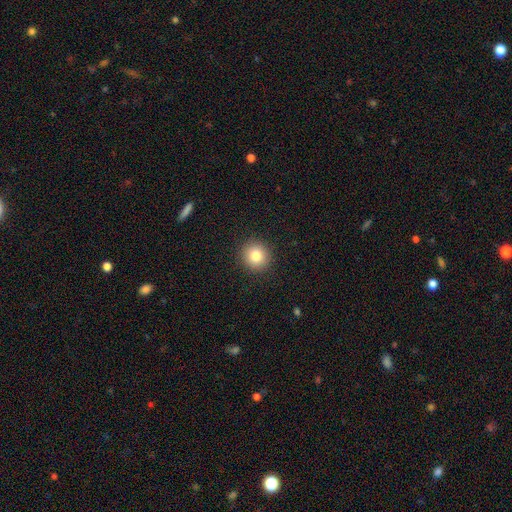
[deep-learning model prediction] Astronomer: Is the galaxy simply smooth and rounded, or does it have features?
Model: smooth — 81%.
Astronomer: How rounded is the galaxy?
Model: round — 93%.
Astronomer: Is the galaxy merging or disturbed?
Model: none — 92%.